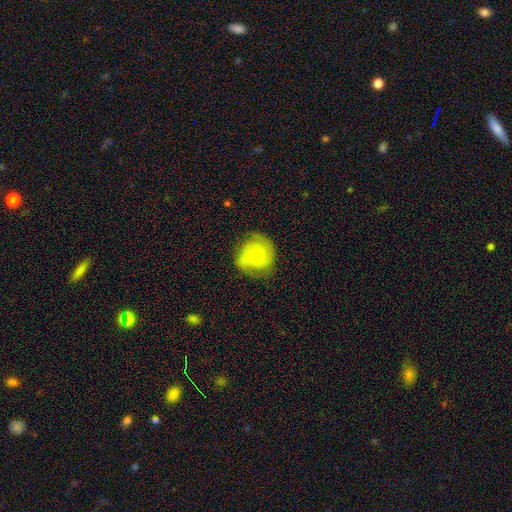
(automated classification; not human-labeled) Smooth or featured? featured or disk (58%)
Edge-on disk? no (98%)
Bar? no (70%)
Spiral arms? yes (90%)
Spiral winding? tight (50%)
Spiral arm count? 2 (60%)
Bulge size? small (54%)
Merging? none (69%)